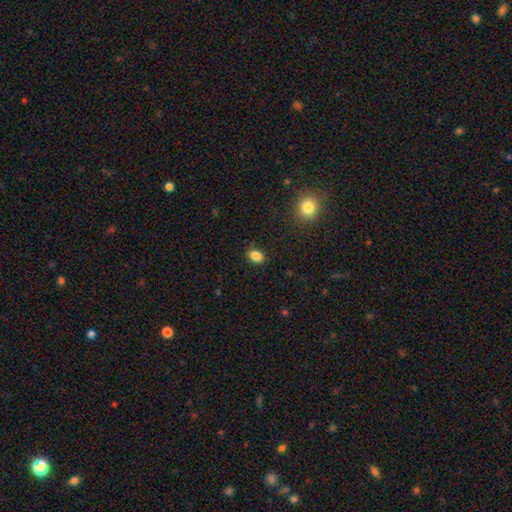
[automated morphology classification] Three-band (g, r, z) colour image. It shows a smooth galaxy with no disk features (85%) that is in between round and cigar-shaped (81%). Merging: none (87%).